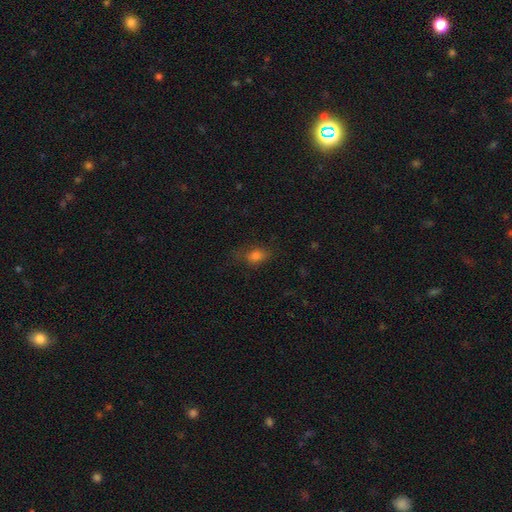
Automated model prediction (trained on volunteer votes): This appears to be a smooth galaxy with no disk features (77%) that is in between round and cigar-shaped (72%). Merging: none (66%).